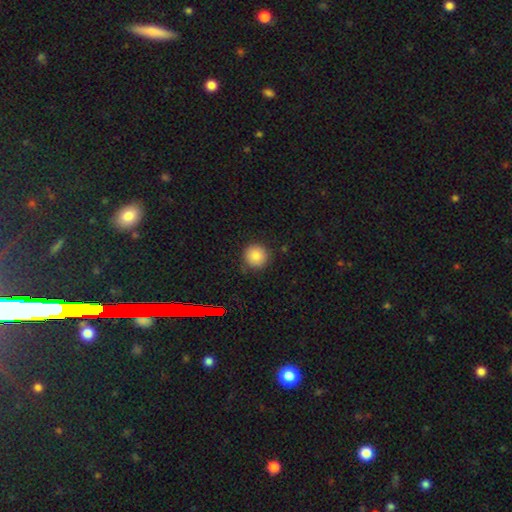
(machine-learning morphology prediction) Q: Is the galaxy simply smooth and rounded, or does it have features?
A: smooth — 83%.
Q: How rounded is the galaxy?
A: round — 94%.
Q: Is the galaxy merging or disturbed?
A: none — 84%.